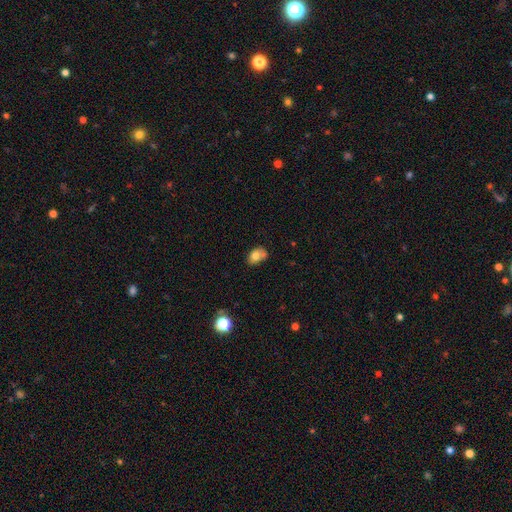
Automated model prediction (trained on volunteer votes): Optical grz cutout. It shows a smooth galaxy with no disk features (73%) that is in between round and cigar-shaped (68%). Merging: none (41%).